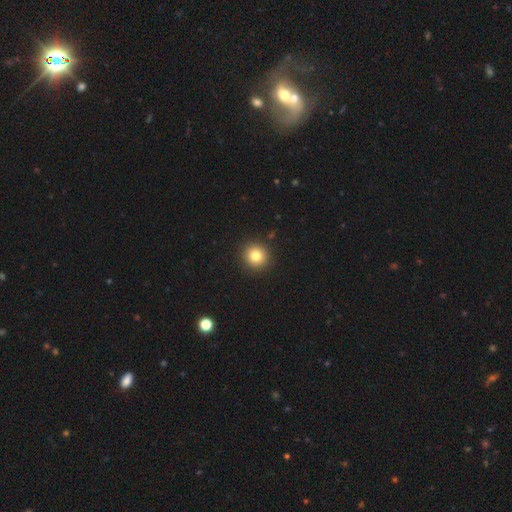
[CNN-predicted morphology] Q: Smooth or featured?
A: smooth (82%); runner-up: star or artifact (11%)
Q: How rounded?
A: round (93%); runner-up: in between (6%)
Q: Merging?
A: none (92%); runner-up: minor disturbance (5%)